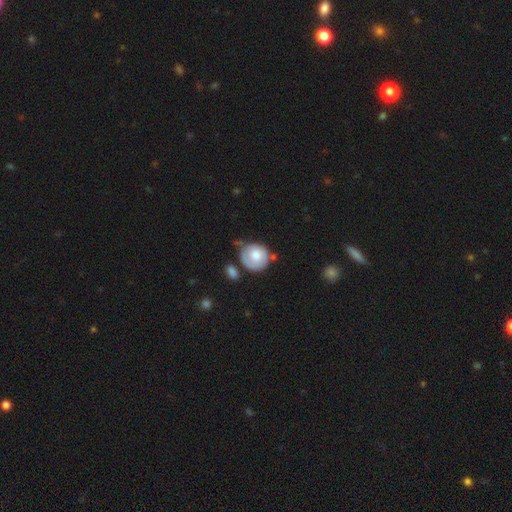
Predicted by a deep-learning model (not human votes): The model was most divided on "merging": none: 53%, minor disturbance: 27%, major disturbance: 11%, merger: 10%. More confident: how rounded — round (82%); smooth or featured — smooth (60%).